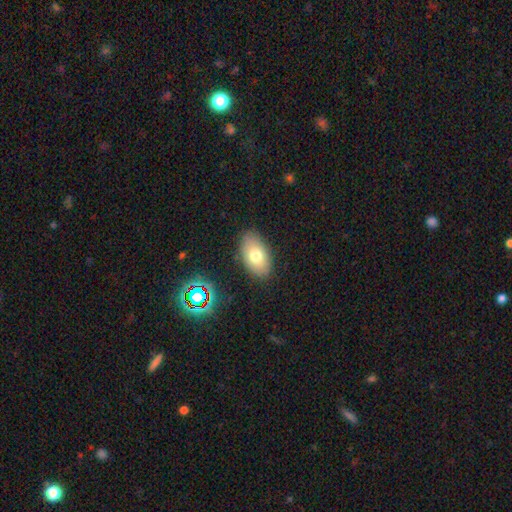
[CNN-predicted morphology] A smooth galaxy with no disk features (72%) that is in between round and cigar-shaped (92%). Merging: none (85%).